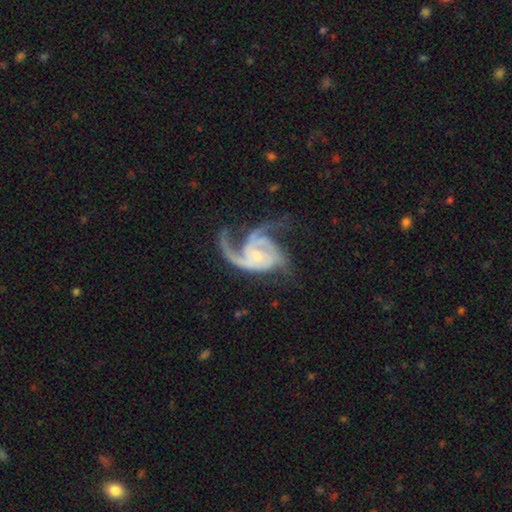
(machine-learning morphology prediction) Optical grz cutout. It shows a featured or disk galaxy (90%) with no bar (65%), 3 (55%) medium (49%) spiral arms (97%) and a small central bulge (58%). Merging: none (43%).